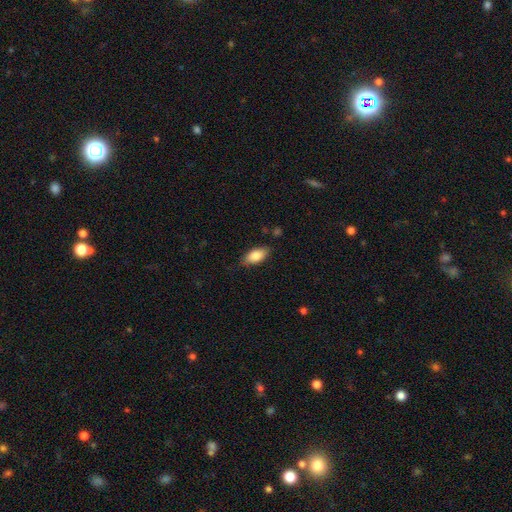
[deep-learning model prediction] smooth 83%, featured or disk 11%, star or artifact 7%. Down the decision tree: how rounded — in between (90%); merging — none (79%).